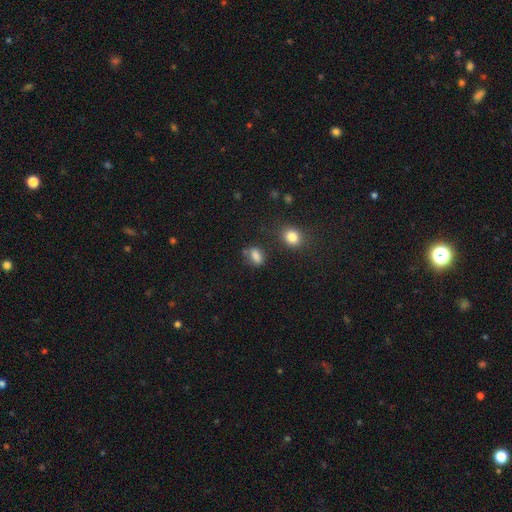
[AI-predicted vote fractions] smooth-or-featured: smooth: 80% | star or artifact: 13% | featured or disk: 7%
  how-rounded: in between: 75% | round: 22% | cigar-shaped: 4%
  merging: none: 65% | minor disturbance: 19% | merger: 9% | major disturbance: 7%